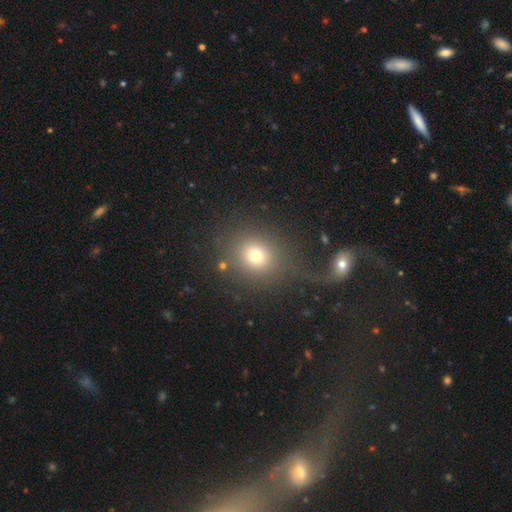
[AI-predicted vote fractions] This appears to be a smooth galaxy with no disk features (71%) that is round (82%). Merging: none (67%).